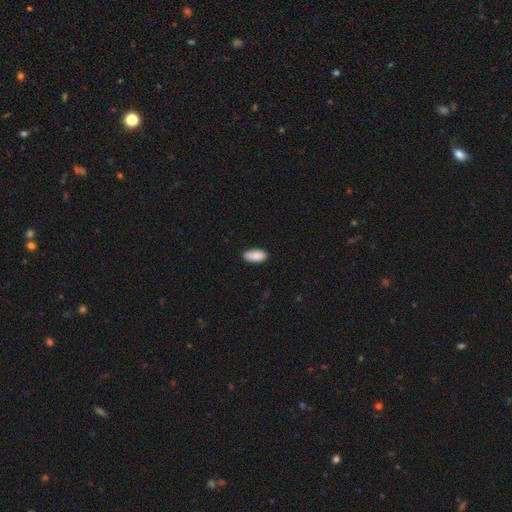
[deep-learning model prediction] A smooth galaxy with no disk features (89%) that is in between round and cigar-shaped (89%). Merging: none (83%).